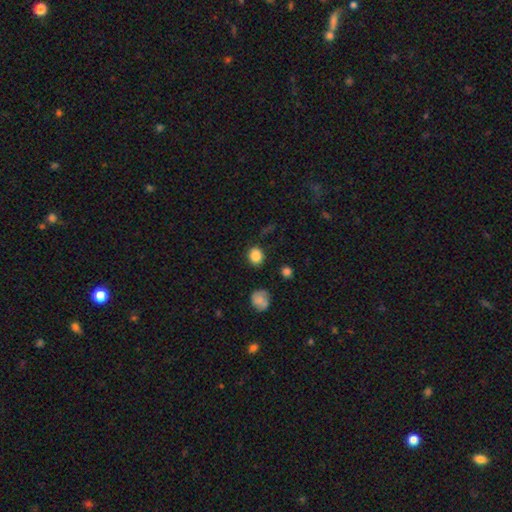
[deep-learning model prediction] Smooth or featured? Predicted: smooth (p=0.86). How rounded? Predicted: round (p=0.72). Merging? Predicted: none (p=0.84).